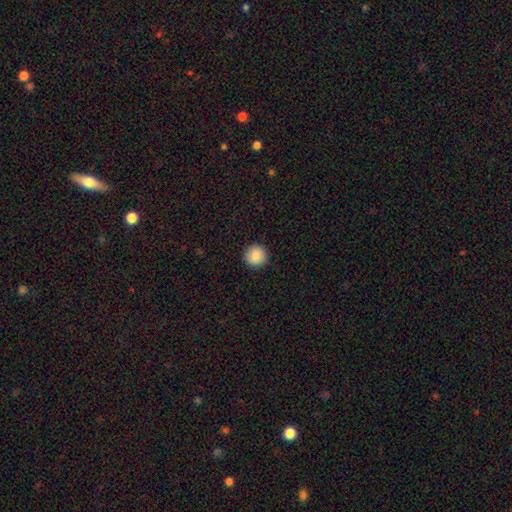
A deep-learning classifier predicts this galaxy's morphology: Smooth or featured?
  - smooth: 86% *
  - star or artifact: 8%
  - featured or disk: 5%
How rounded?
  - round: 96% *
  - in between: 3%
  - cigar-shaped: 1%
Merging?
  - none: 93% *
  - minor disturbance: 4%
  - major disturbance: 1%
  - merger: 1%